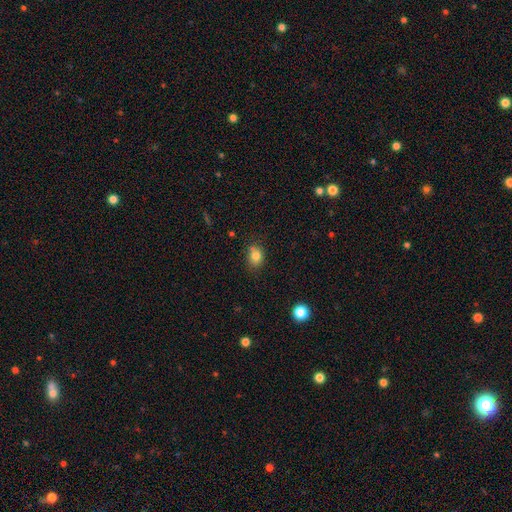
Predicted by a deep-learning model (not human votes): This is clearly a smooth galaxy (81%). How rounded: possibly round (51%). Merging: likely none (69%).